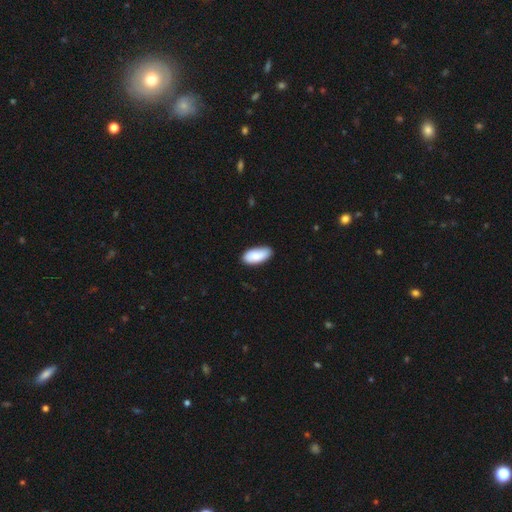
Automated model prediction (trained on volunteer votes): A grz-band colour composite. It shows a smooth galaxy with no disk features (87%) that is in between round and cigar-shaped (92%). Merging: none (78%).